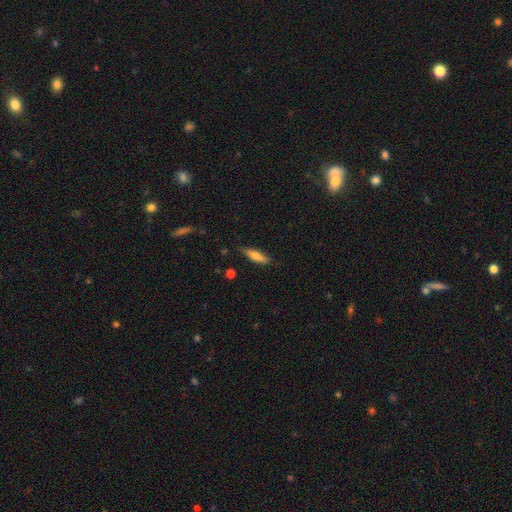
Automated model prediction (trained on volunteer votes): This appears to be a smooth galaxy with no disk features (71%) that is cigar-shaped (69%). Merging: none (77%).